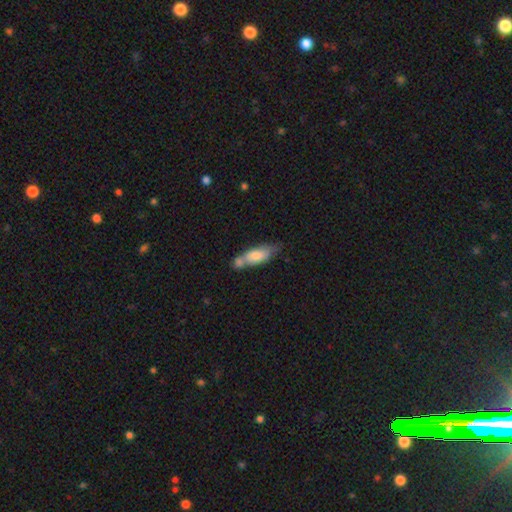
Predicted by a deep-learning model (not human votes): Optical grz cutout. It shows a smooth galaxy with no disk features (72%) that is in between round and cigar-shaped (62%). Merging: merger (40%).